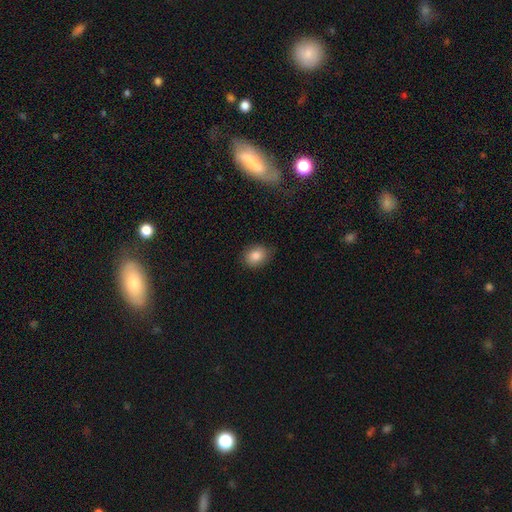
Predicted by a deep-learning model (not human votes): A smooth galaxy with no disk features (84%) that is round (52%).

Vote fractions:
- Smooth or featured? smooth: 84% / star or artifact: 9% / featured or disk: 7%
- How rounded? round: 52% / in between: 47% / cigar-shaped: 1%
- Merging? none: 80% / minor disturbance: 16% / major disturbance: 3% / merger: 1%